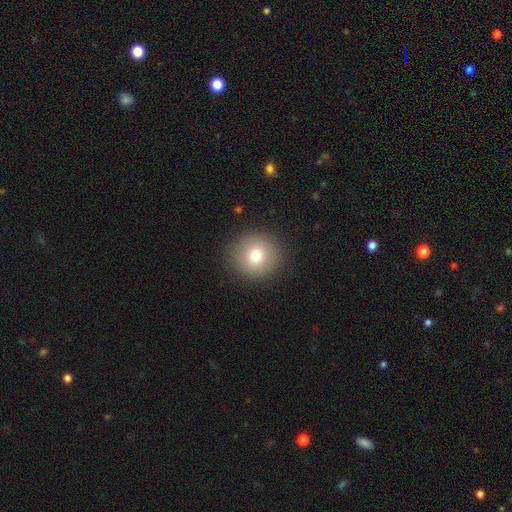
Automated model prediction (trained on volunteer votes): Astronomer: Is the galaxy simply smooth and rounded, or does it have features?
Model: smooth — 78%.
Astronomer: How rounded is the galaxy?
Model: round — 92%.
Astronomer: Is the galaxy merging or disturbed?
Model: none — 90%.